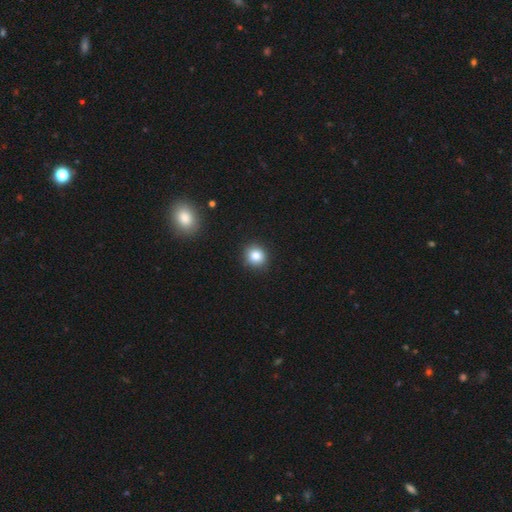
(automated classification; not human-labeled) Smooth or featured? Predicted: smooth (p=0.83). How rounded? Predicted: round (p=0.86). Merging? Predicted: none (p=0.90).